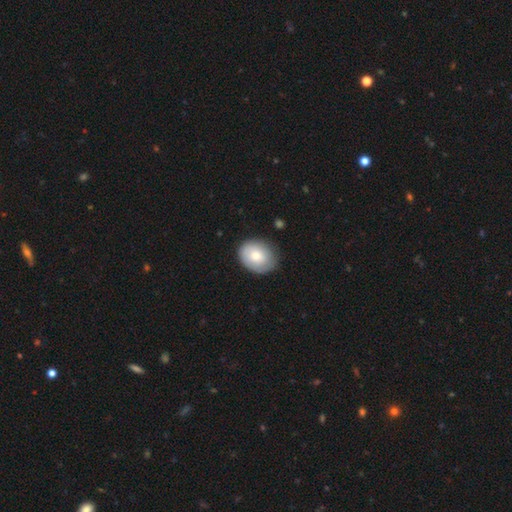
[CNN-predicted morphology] The model was most divided on "how rounded": in between: 51%, round: 48%, cigar-shaped: 1%. More confident: merging — none (78%); smooth or featured — smooth (73%).